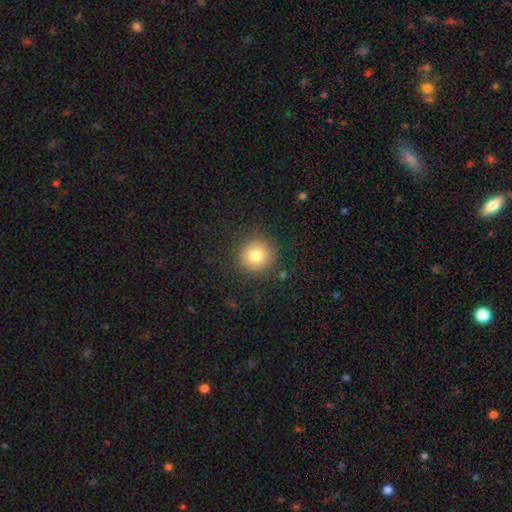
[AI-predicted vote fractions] This appears to be a smooth galaxy with no disk features (80%) that is round (94%). Merging: none (89%).